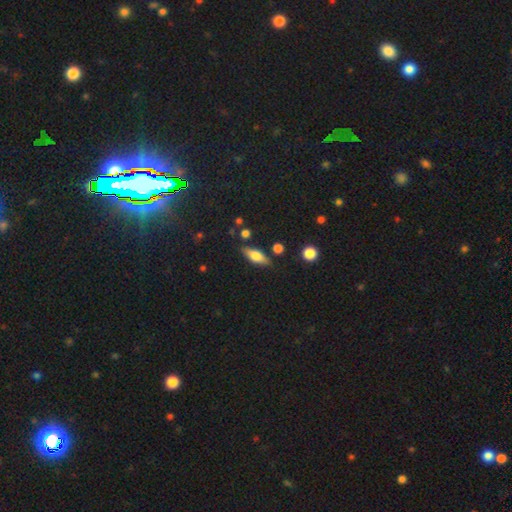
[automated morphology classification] smooth-or-featured: smooth: 57% | featured or disk: 35% | star or artifact: 8%
  how-rounded: in between: 63% | cigar-shaped: 32% | round: 4%
  merging: none: 81% | minor disturbance: 12% | merger: 3% | major disturbance: 3%